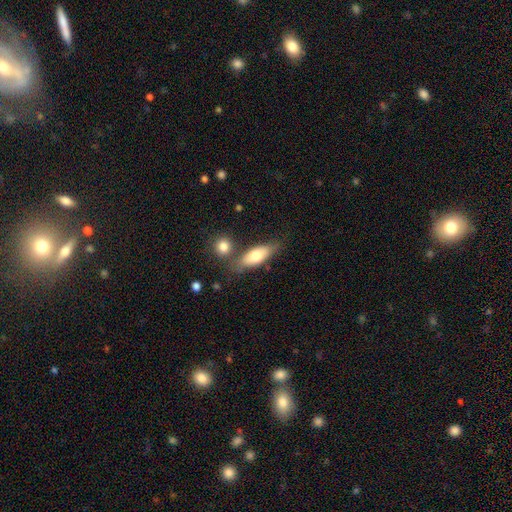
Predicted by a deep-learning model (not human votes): Smooth or featured?
  - smooth: 69% *
  - featured or disk: 25%
  - star or artifact: 6%
How rounded?
  - in between: 74% *
  - cigar-shaped: 23%
  - round: 3%
Merging?
  - none: 62% *
  - minor disturbance: 17%
  - merger: 16%
  - major disturbance: 5%